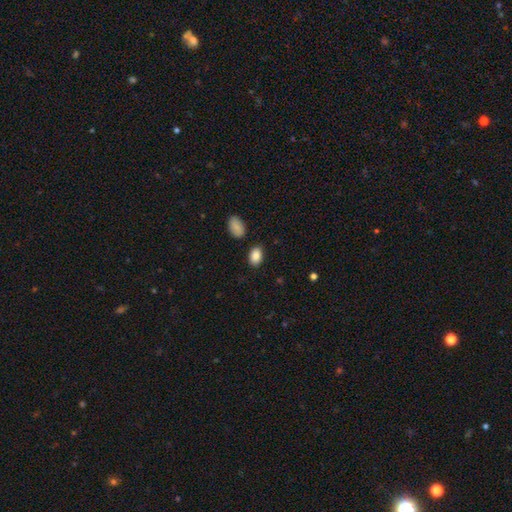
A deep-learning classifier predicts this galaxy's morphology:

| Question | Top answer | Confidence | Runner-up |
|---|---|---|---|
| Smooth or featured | smooth | 87% | star or artifact (8%) |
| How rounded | in between | 86% | round (13%) |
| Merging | none | 84% | minor disturbance (10%) |